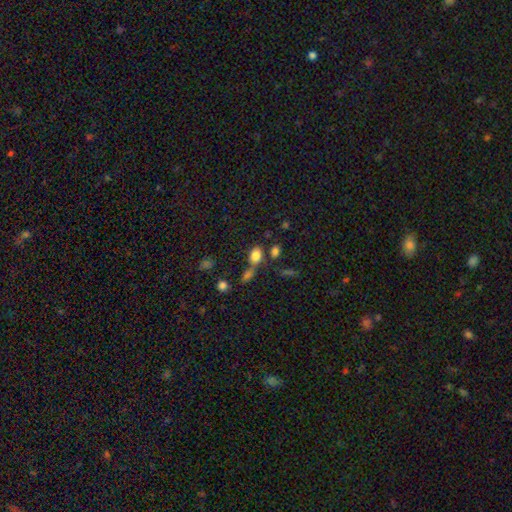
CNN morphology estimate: A smooth galaxy with no disk features (81%) that is in between round and cigar-shaped (79%). Merging: none (52%).